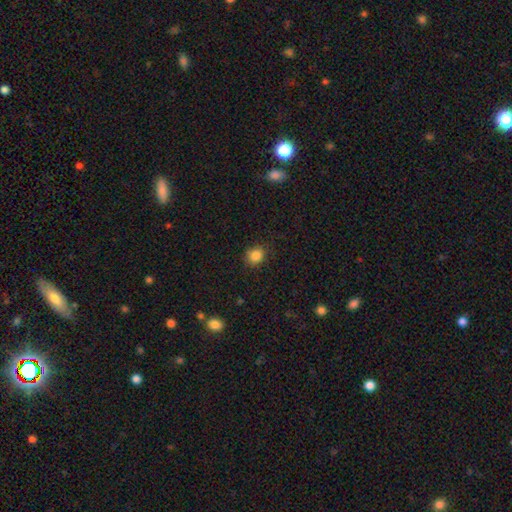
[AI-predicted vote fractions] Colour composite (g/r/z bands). It shows a smooth galaxy with no disk features (84%) that is round (74%). Merging: none (83%).